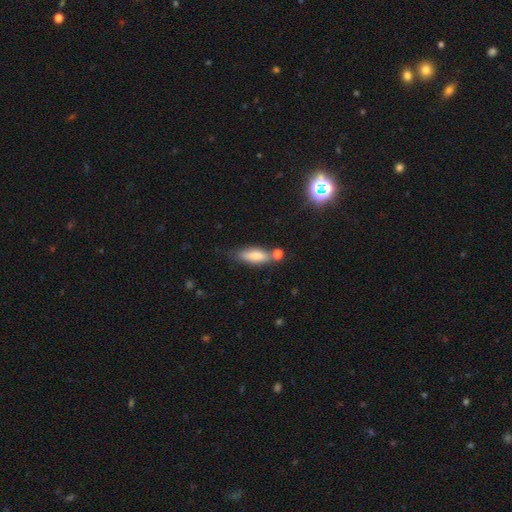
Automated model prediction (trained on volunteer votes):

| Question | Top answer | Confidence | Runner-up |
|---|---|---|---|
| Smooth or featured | smooth | 79% | featured or disk (14%) |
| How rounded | in between | 63% | cigar-shaped (34%) |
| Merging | none | 60% | minor disturbance (19%) |